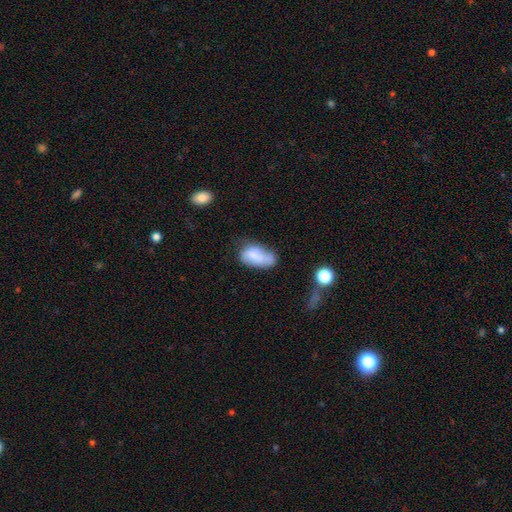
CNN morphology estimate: smooth 70%, featured or disk 21%, star or artifact 9%. Down the decision tree: how rounded — in between (91%); merging — none (33%, tied with minor disturbance).